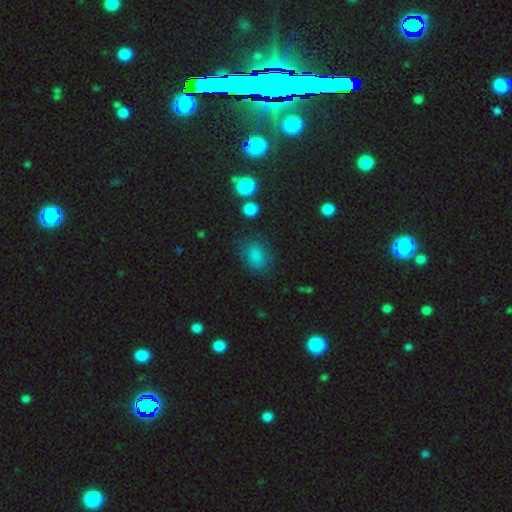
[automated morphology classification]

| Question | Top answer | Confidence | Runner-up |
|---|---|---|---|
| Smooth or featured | smooth | 78% | star or artifact (12%) |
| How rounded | in between | 69% | round (29%) |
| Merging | none | 70% | minor disturbance (20%) |